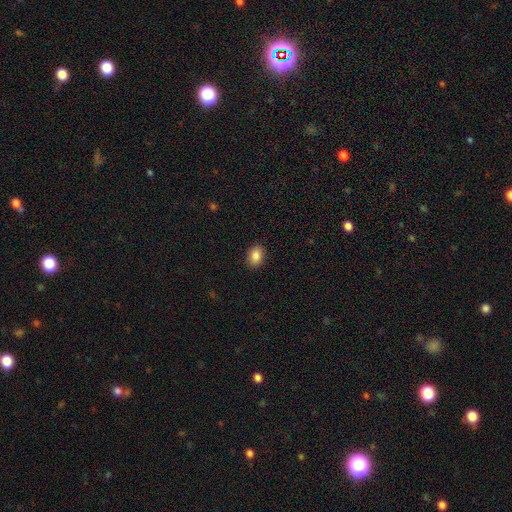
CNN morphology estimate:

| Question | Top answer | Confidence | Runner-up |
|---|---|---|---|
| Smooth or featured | smooth | 86% | star or artifact (9%) |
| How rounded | in between | 73% | round (25%) |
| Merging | none | 89% | minor disturbance (8%) |